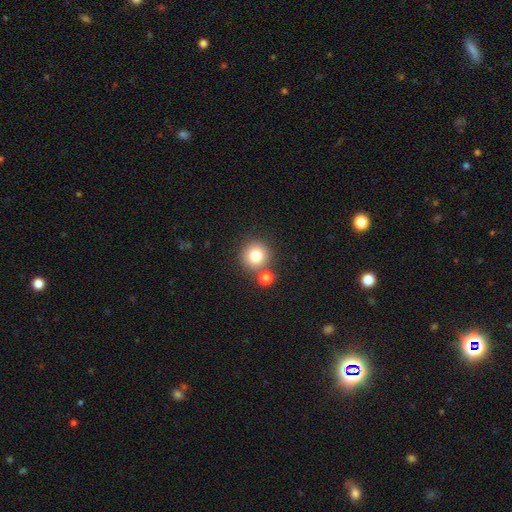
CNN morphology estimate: A smooth galaxy with no disk features (79%) that is round (93%). Merging: none (74%).